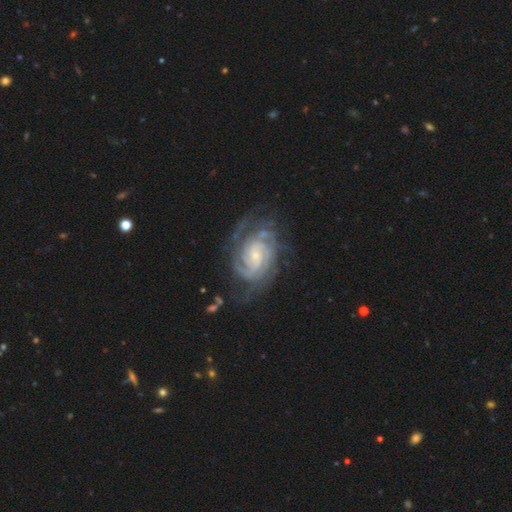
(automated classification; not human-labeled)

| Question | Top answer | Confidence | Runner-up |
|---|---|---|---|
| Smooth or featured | featured or disk | 91% | star or artifact (5%) |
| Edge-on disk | no | 98% | yes (2%) |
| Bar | no | 60% | weak (31%) |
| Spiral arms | yes | 98% | no (2%) |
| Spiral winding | tight | 72% | medium (24%) |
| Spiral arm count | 2 | 27% | can't tell (22%) |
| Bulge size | small | 74% | moderate (20%) |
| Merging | none | 69% | minor disturbance (19%) |